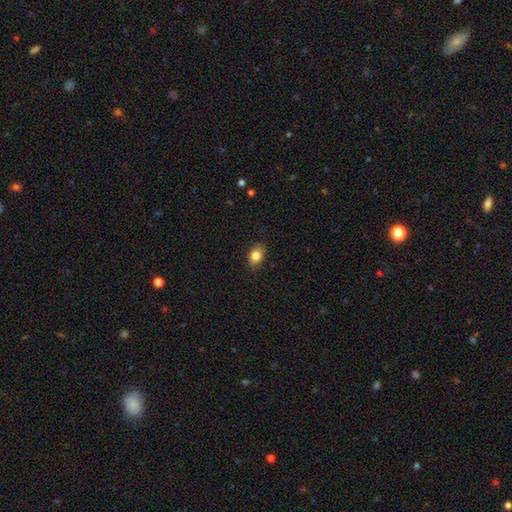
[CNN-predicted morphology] Q: Smooth or featured?
A: smooth (84%); runner-up: star or artifact (10%)
Q: How rounded?
A: in between (58%); runner-up: round (41%)
Q: Merging?
A: none (79%); runner-up: minor disturbance (17%)